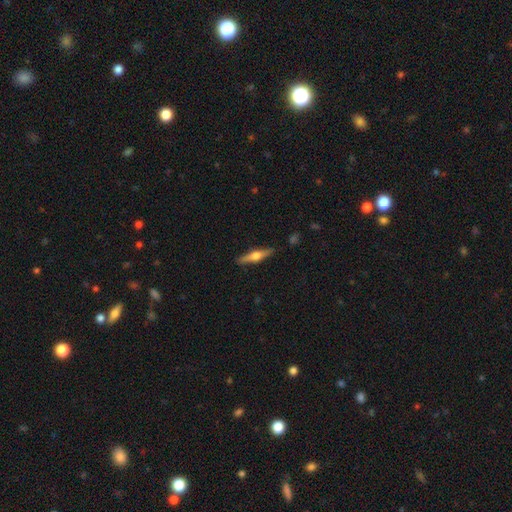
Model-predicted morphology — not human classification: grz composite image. It shows a featured or disk galaxy (63%) viewed edge-on (97%) with a rounded central bulge (92%). Merging: none (89%).